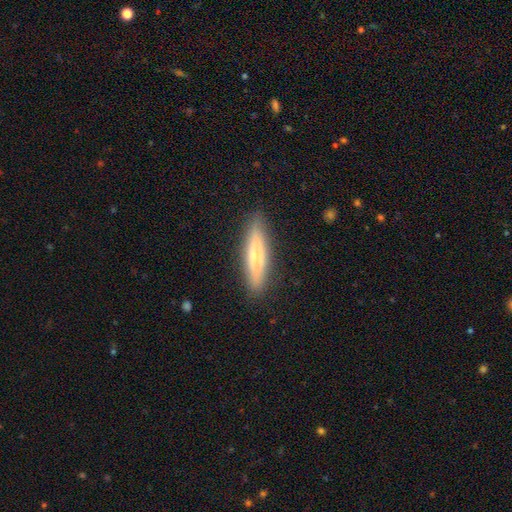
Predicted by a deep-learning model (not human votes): Smooth or featured? Predicted: smooth (p=0.57). How rounded? Predicted: cigar-shaped (p=0.79). Merging? Predicted: none (p=0.87).